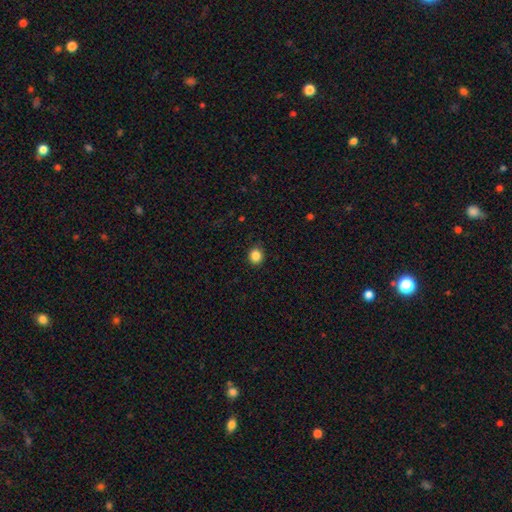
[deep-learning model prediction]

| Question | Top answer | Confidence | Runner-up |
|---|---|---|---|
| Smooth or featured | smooth | 86% | star or artifact (11%) |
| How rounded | round | 86% | in between (14%) |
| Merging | none | 89% | minor disturbance (8%) |